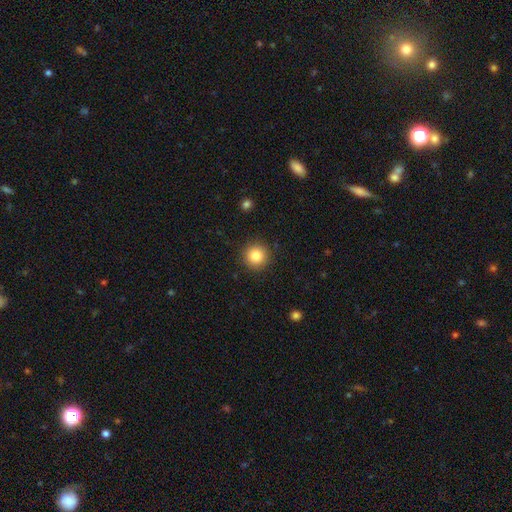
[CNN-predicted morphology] Overall: smooth (84%). How rounded: round (95%). Merging: none (91%).